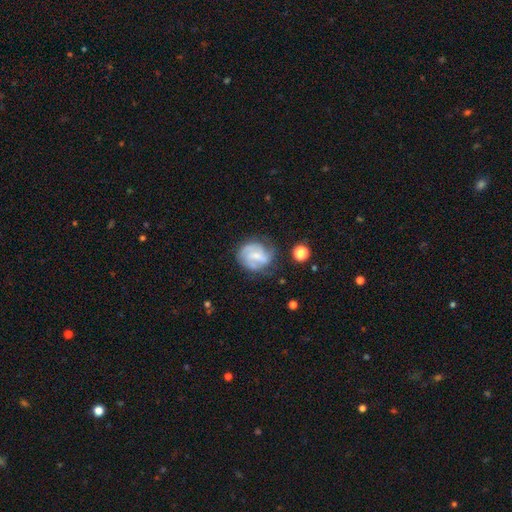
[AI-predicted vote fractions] Smooth or featured: featured or disk — 69% (smooth — 24%)
Edge-on disk: no — 98% (yes — 2%)
Bar: weak — 48% (no — 33%)
Spiral arms: yes — 88% (no — 12%)
Spiral winding: medium — 42% (tight — 41%)
Spiral arm count: 3 — 31% (2 — 29%)
Bulge size: small — 48% (moderate — 26%)
Merging: none — 58% (minor disturbance — 24%)